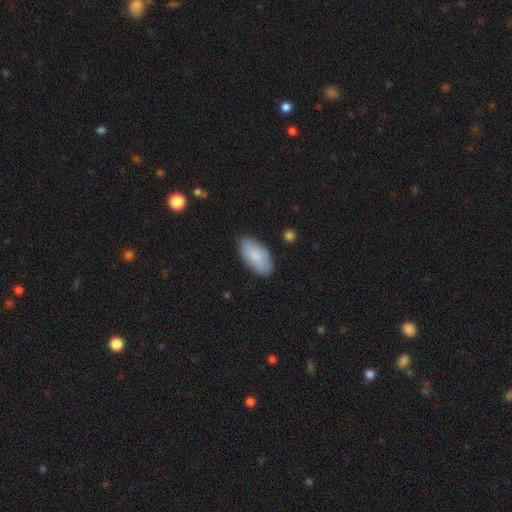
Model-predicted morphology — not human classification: smooth_or_featured: smooth (p=0.85) [alt: featured or disk p=0.10]
how_rounded: in between (p=0.94) [alt: cigar-shaped p=0.04]
merging: none (p=0.83) [alt: minor disturbance p=0.13]